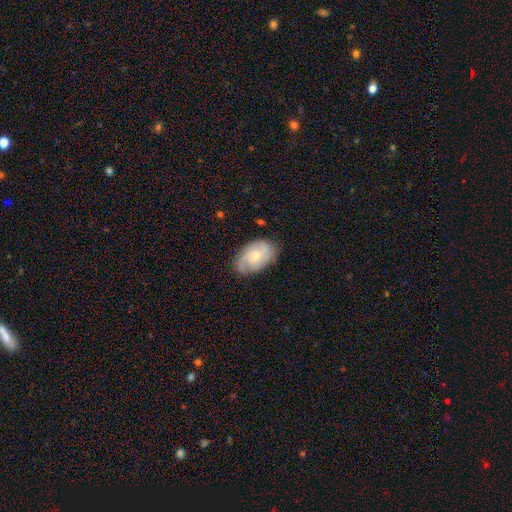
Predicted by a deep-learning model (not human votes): This appears to be a featured or disk galaxy (55%) with no bar (72%), spiral arms (85%) and a small central bulge (55%). Merging: none (74%).